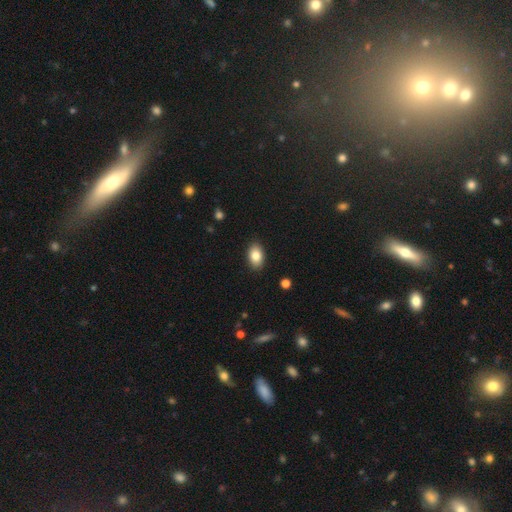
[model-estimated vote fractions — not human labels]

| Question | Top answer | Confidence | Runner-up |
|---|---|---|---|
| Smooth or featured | smooth | 85% | featured or disk (8%) |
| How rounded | in between | 88% | round (10%) |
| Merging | none | 88% | minor disturbance (8%) |